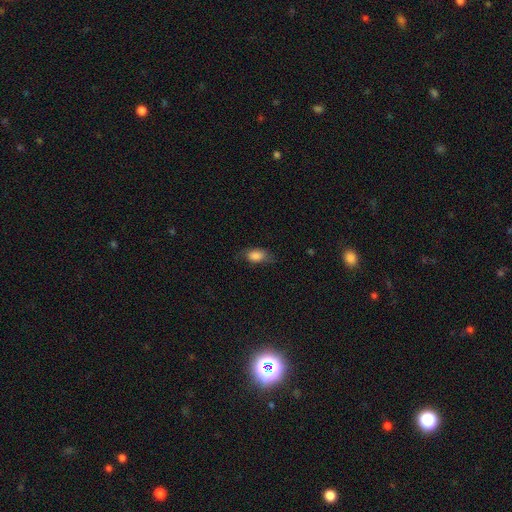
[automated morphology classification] smooth 81%, featured or disk 11%, star or artifact 8%. Down the decision tree: how rounded — in between (86%); merging — none (62%).